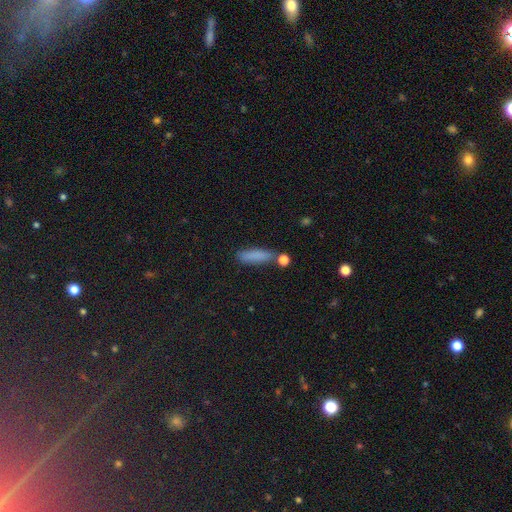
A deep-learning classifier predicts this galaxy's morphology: This is clearly a smooth galaxy (82%). How rounded: likely cigar-shaped (70%). Merging: likely none (75%).